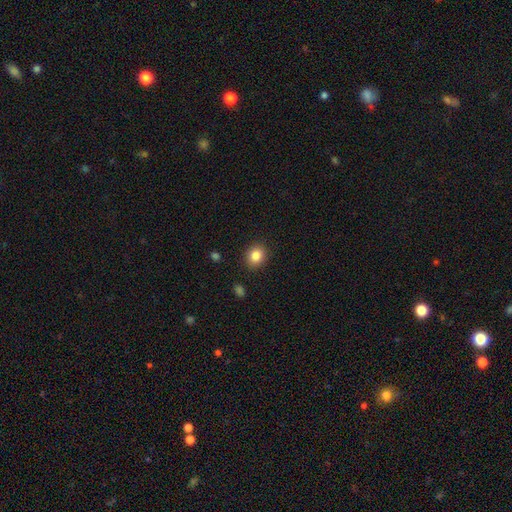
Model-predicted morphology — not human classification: This is clearly a smooth galaxy (85%). How rounded: likely round (70%). Merging: clearly none (90%).